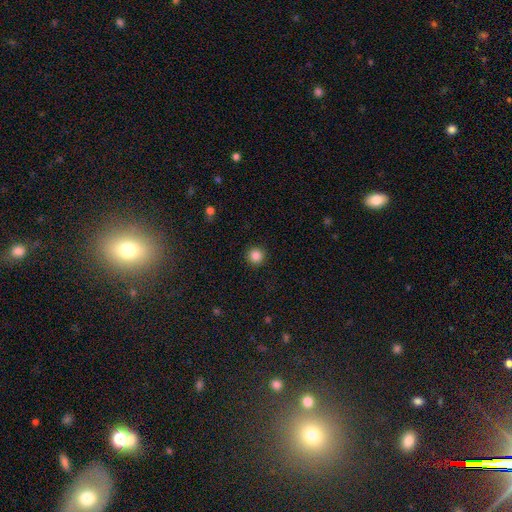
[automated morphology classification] This appears to be a smooth galaxy with no disk features (85%) that is round (96%). Merging: none (93%).